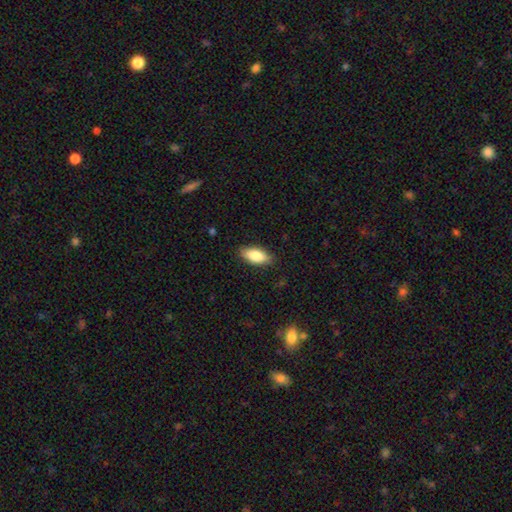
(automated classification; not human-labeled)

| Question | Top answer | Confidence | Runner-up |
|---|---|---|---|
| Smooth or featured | smooth | 83% | featured or disk (10%) |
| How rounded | in between | 88% | cigar-shaped (10%) |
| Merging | none | 87% | minor disturbance (10%) |